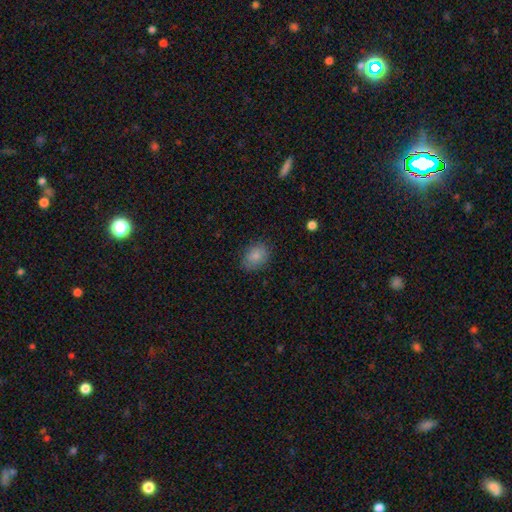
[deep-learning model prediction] smooth_or_featured: smooth (p=0.85) [alt: star or artifact p=0.08]
how_rounded: in between (p=0.68) [alt: round p=0.31]
merging: none (p=0.83) [alt: minor disturbance p=0.13]